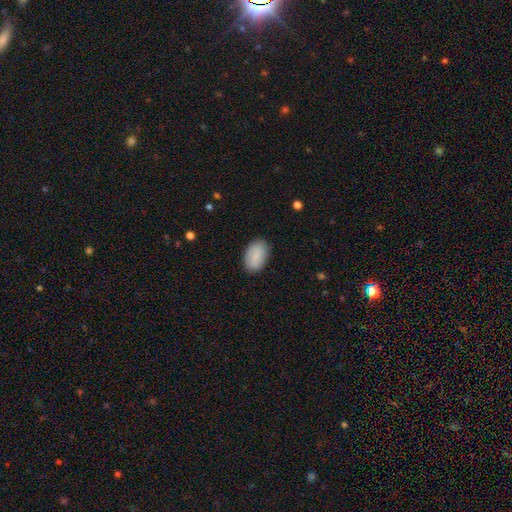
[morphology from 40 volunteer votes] This is likely a smooth galaxy (75%). How rounded: clearly in between (87%). Merging: clearly none (86%).